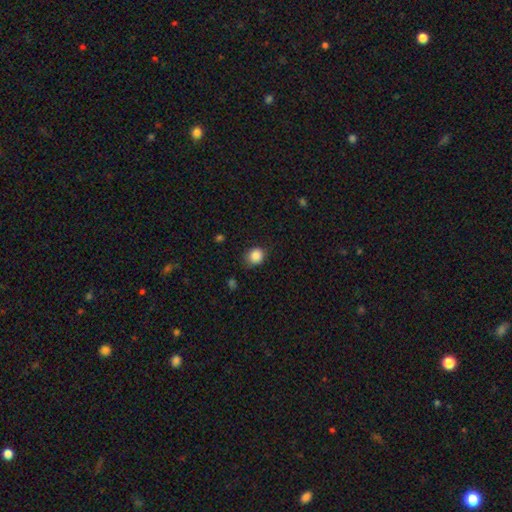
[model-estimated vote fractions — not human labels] Morphology: type=smooth (87%); roundness=round (75%); merging=none (74%).